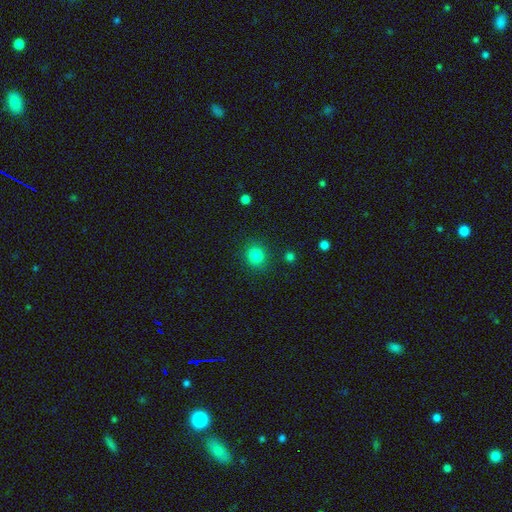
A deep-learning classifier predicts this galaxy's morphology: type=smooth (84%); roundness=round (86%); merging=none (88%).